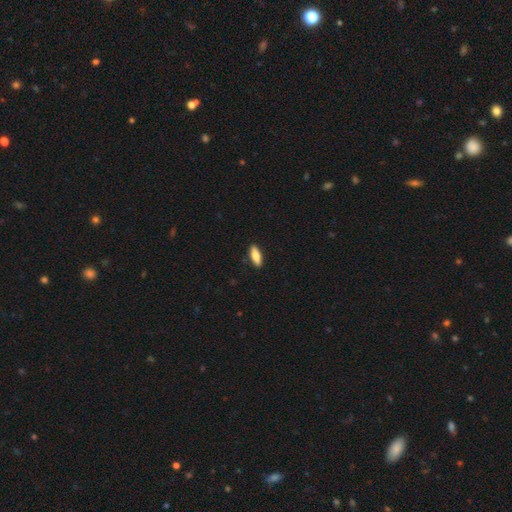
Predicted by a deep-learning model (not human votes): Morphology: type=smooth (76%); roundness=in between (64%); merging=none (90%).